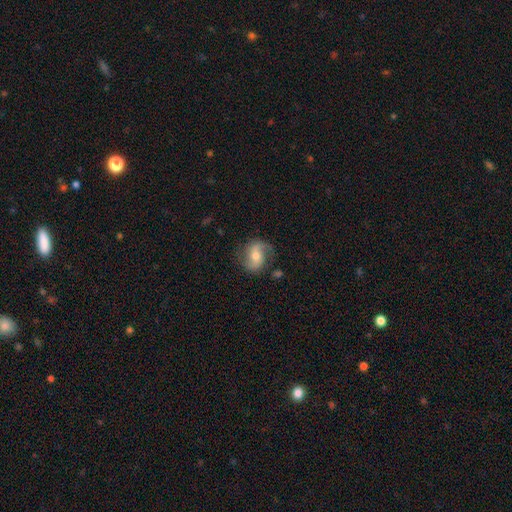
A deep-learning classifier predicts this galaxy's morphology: type=featured or disk (70%); edge-on=no (97%); bar=no (44%); spiral arms=yes (92%); winding=loose (49%); arm count=2 (85%); bulge=moderate (66%); merging=none (73%).